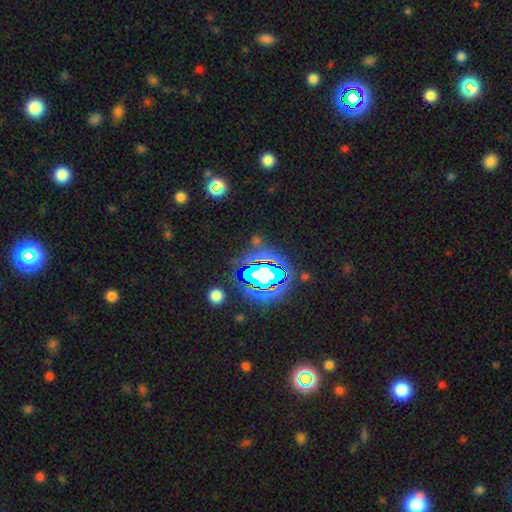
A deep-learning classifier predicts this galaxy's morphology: A star or artifact, not a galaxy (78%).